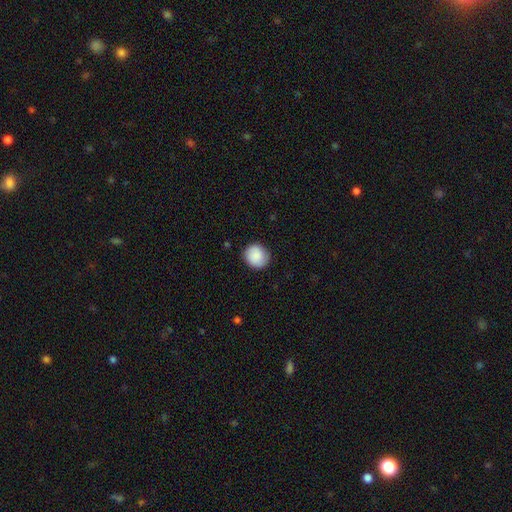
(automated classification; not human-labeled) smooth_or_featured: smooth (p=0.83) [alt: featured or disk p=0.10]
how_rounded: round (p=0.88) [alt: in between p=0.11]
merging: none (p=0.86) [alt: minor disturbance p=0.11]